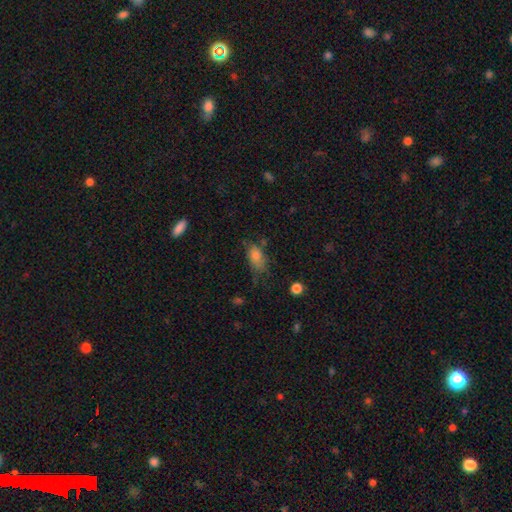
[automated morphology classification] Smooth or featured? smooth (77%)
How rounded? in between (85%)
Merging? none (52%)